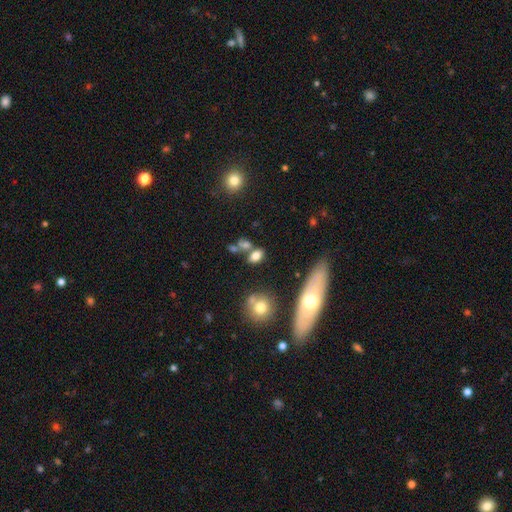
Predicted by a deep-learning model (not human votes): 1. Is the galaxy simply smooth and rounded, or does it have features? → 74% smooth, 14% featured or disk, 12% star or artifact.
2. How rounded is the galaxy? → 79% in between, 17% round, 4% cigar-shaped.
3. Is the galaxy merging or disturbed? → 55% none, 27% merger, 13% minor disturbance, 6% major disturbance.